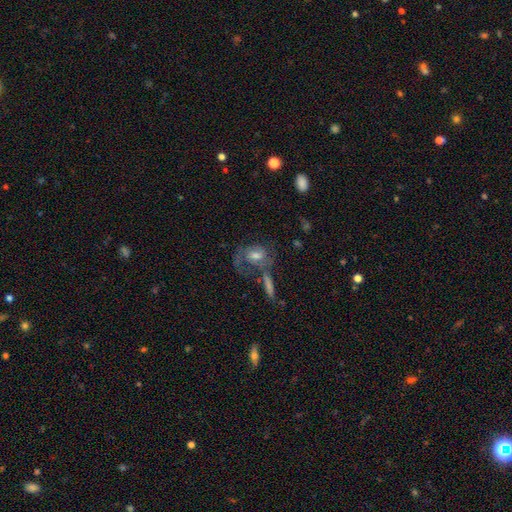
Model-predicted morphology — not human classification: Overall: featured or disk (60%; smooth 28%). Edge-on disk: no (94%). Bar: no (58%; weak 34%). Spiral arms: yes (76%). Bulge size: moderate (55%; small 21%). Merging: none (41%; major disturbance 24%).